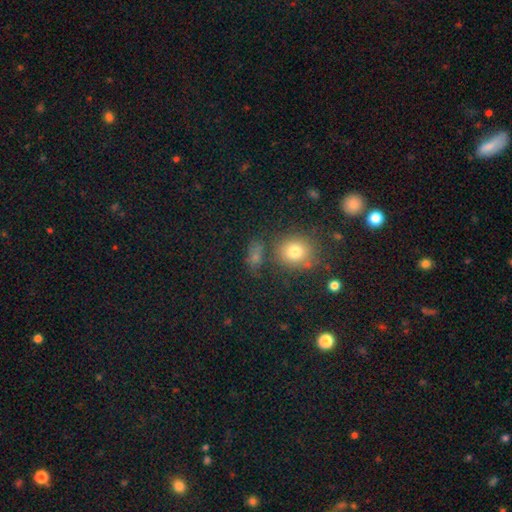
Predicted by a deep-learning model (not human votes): A smooth galaxy with no disk features (64%) that is round (55%). Merging: none (68%).